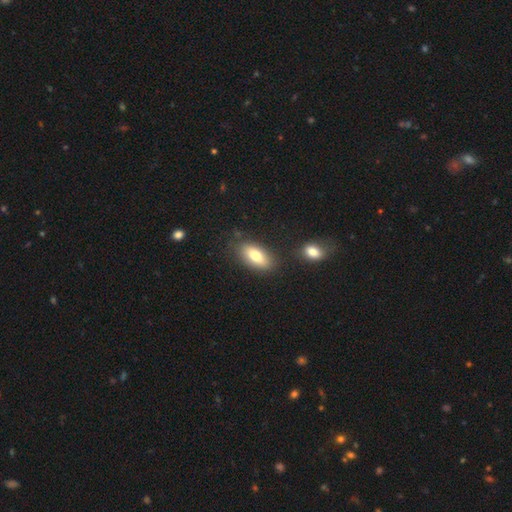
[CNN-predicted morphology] A smooth galaxy with no disk features (75%) that is in between round and cigar-shaped (87%). Merging: none (79%).